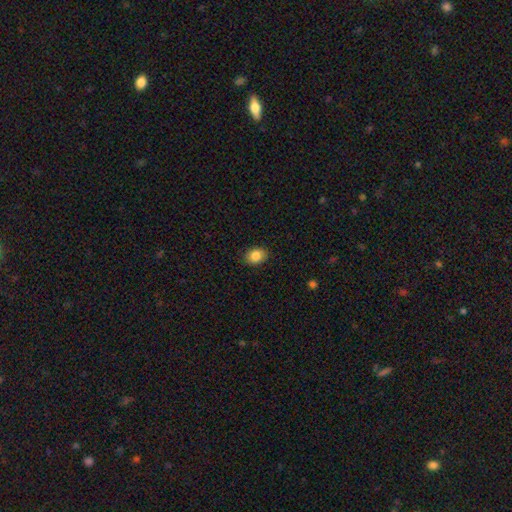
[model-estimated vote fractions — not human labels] Smooth or featured: smooth — 85% (star or artifact — 9%)
How rounded: in between — 56% (round — 44%)
Merging: none — 89% (minor disturbance — 8%)